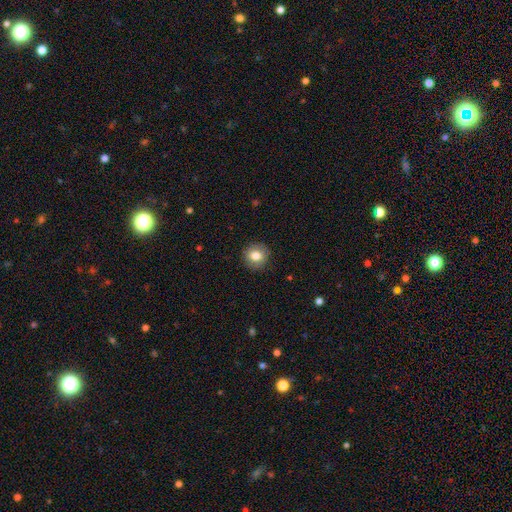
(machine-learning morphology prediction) This is likely a smooth galaxy (80%). How rounded: clearly round (90%). Merging: clearly none (90%).